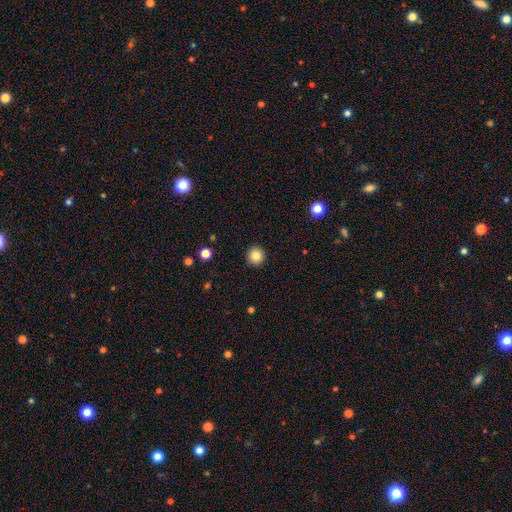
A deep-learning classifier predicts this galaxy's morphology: A smooth galaxy with no disk features (84%) that is round (95%). Merging: none (92%).